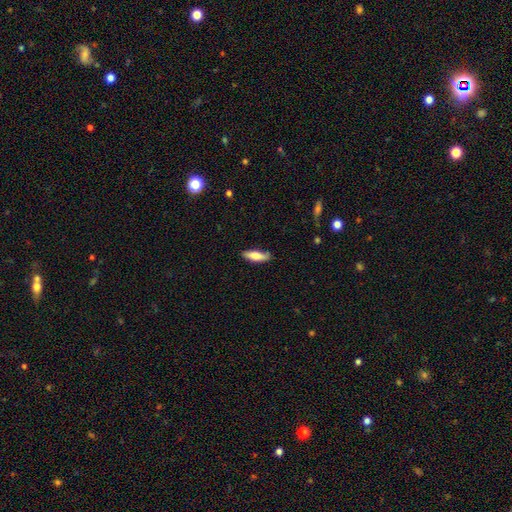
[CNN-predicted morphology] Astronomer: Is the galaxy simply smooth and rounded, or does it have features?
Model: smooth — 74%.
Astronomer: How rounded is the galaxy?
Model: in between — 50% (runner-up: cigar-shaped, 48%).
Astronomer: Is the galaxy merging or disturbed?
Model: none — 79%.